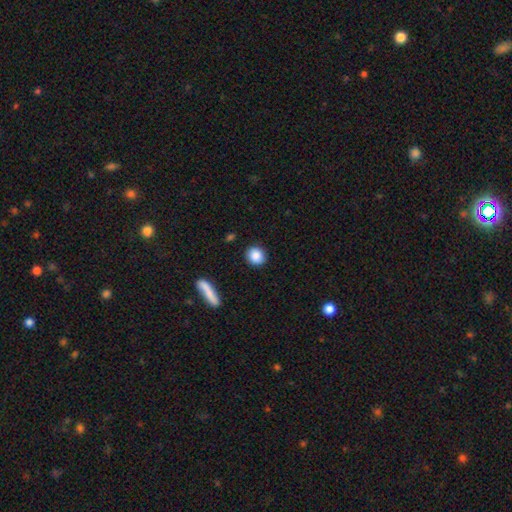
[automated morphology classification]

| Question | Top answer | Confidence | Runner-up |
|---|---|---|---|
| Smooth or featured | smooth | 87% | star or artifact (8%) |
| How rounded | round | 83% | in between (15%) |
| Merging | none | 89% | minor disturbance (8%) |